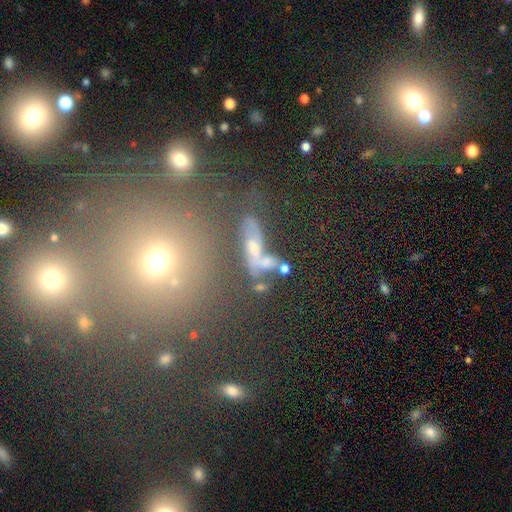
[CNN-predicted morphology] smooth_or_featured: smooth (p=0.43) [alt: star or artifact p=0.30]
merging: none (p=0.61) [alt: merger p=0.16]